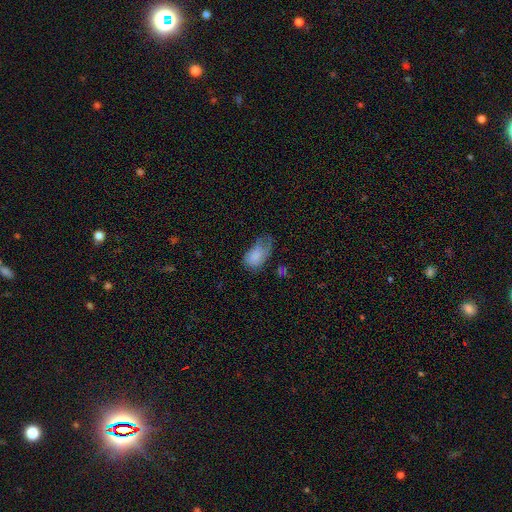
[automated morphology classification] A smooth galaxy with no disk features (76%) that is in between round and cigar-shaped (91%).

Vote fractions:
- Smooth or featured? smooth: 76% / featured or disk: 16% / star or artifact: 9%
- How rounded? in between: 91% / round: 7% / cigar-shaped: 2%
- Merging? minor disturbance: 36% / major disturbance: 35% / none: 25% / merger: 4%